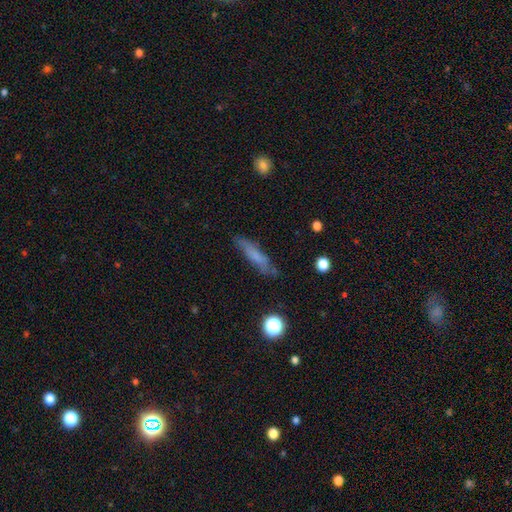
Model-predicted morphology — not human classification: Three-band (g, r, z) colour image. It shows a smooth galaxy with no disk features (63%) that is cigar-shaped (79%). Merging: none (75%).